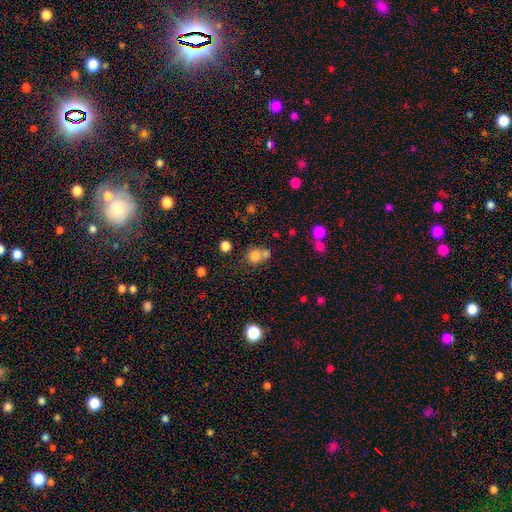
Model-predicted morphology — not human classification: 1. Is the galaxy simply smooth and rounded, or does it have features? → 76% smooth, 13% star or artifact, 10% featured or disk.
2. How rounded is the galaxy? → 77% round, 22% in between, 1% cigar-shaped.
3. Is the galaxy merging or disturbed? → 43% none, 42% merger, 10% minor disturbance, 5% major disturbance.